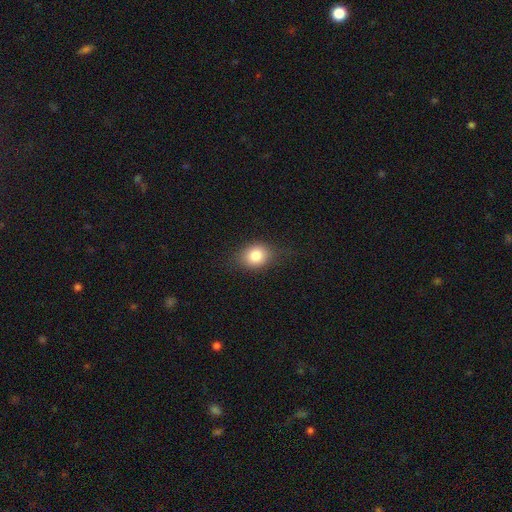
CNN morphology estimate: smooth_or_featured: smooth (p=0.82) [alt: star or artifact p=0.09]
how_rounded: round (p=0.51) [alt: in between p=0.48]
merging: none (p=0.75) [alt: minor disturbance p=0.18]